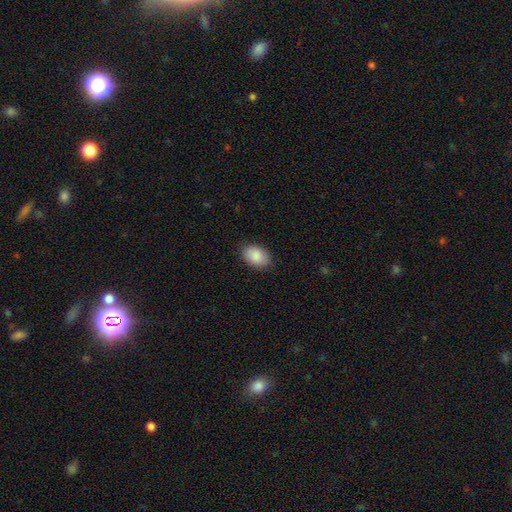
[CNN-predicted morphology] A smooth galaxy with no disk features (89%) that is in between round and cigar-shaped (84%).

Vote fractions:
- Smooth or featured? smooth: 89% / star or artifact: 7% / featured or disk: 5%
- How rounded? in between: 84% / round: 15% / cigar-shaped: 1%
- Merging? none: 86% / minor disturbance: 11% / major disturbance: 2% / merger: 1%